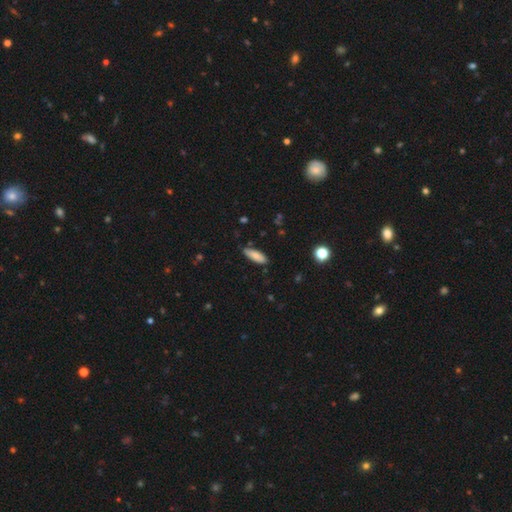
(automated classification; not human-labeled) Smooth or featured: smooth — 84% (featured or disk — 10%)
How rounded: in between — 63% (cigar-shaped — 36%)
Merging: none — 82% (minor disturbance — 14%)